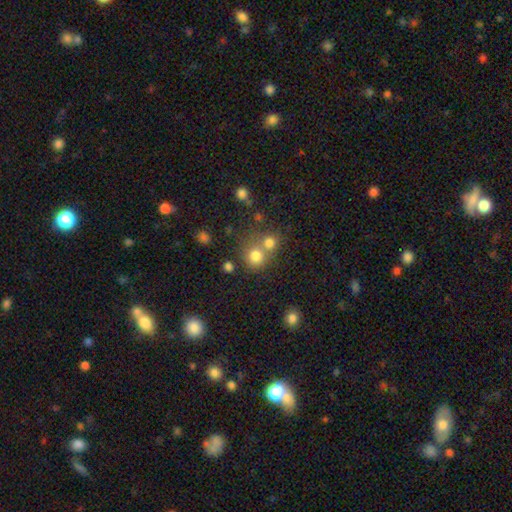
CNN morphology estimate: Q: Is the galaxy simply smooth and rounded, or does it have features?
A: smooth — 77%.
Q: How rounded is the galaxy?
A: round — 86%.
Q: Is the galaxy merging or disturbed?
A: none — 50%.